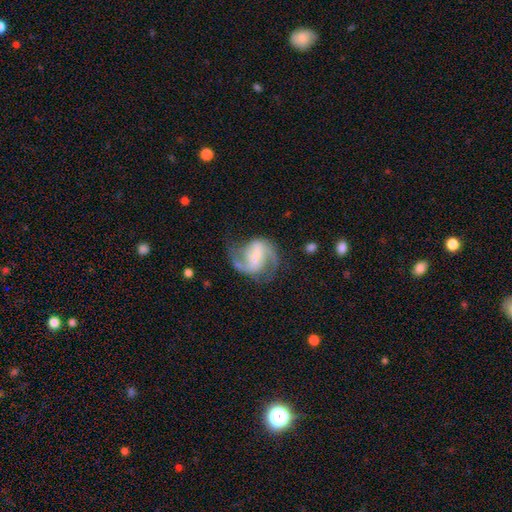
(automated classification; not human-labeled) featured or disk 86%, smooth 8%, star or artifact 5%. Down the decision tree: edge-on disk — no (98%); bar — weak (42%); spiral arms — yes (96%); spiral arm count — 2 (90%); spiral winding — medium (55%); bulge size — small (57%); merging — none (69%).